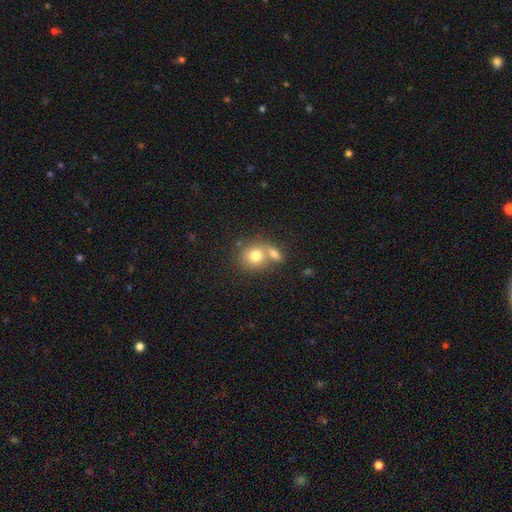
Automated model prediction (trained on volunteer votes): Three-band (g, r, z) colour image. It shows a smooth galaxy with no disk features (76%) that is round (74%). Merging: merger (51%).